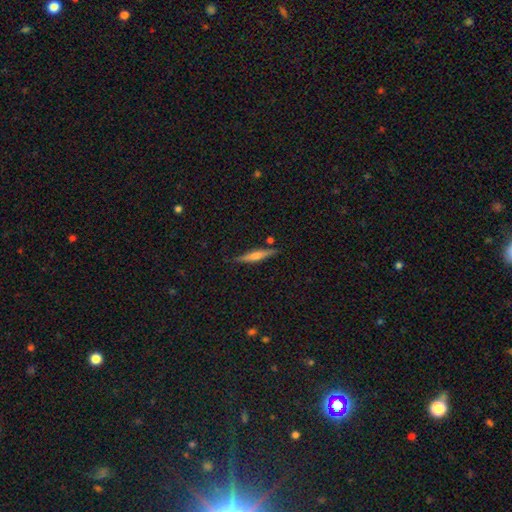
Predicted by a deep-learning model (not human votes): This is possibly a featured or disk galaxy (56%). It is clearly viewed edge-on (96%). Edge-on bulge: likely rounded (75%). Merging: clearly none (85%).